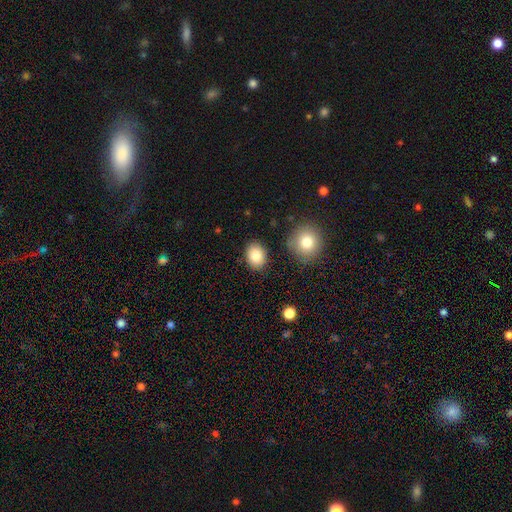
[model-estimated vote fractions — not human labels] The model was most divided on "how rounded": in between: 54%, round: 45%, cigar-shaped: 1%. More confident: merging — none (86%); smooth or featured — smooth (82%).